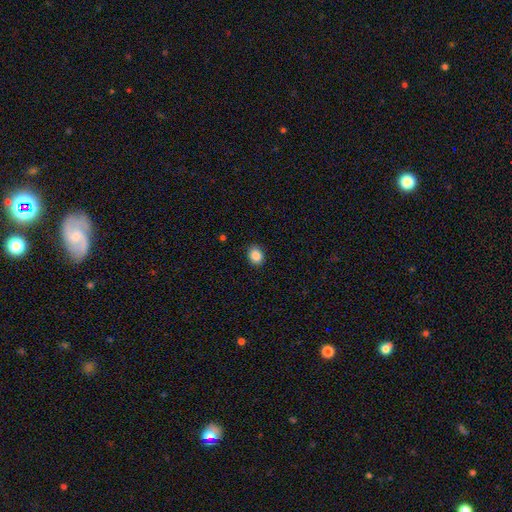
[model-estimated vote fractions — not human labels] smooth 87%, star or artifact 9%, featured or disk 4%. Down the decision tree: how rounded — round (57%); merging — none (88%).